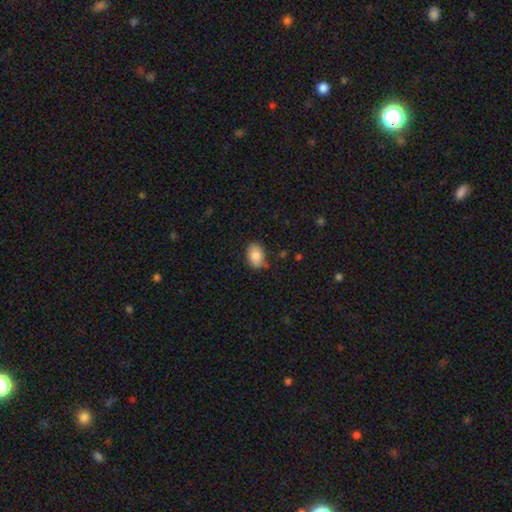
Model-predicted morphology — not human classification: Q: Smooth or featured?
A: smooth (83%); runner-up: featured or disk (10%)
Q: How rounded?
A: in between (80%); runner-up: round (19%)
Q: Merging?
A: none (68%); runner-up: minor disturbance (25%)